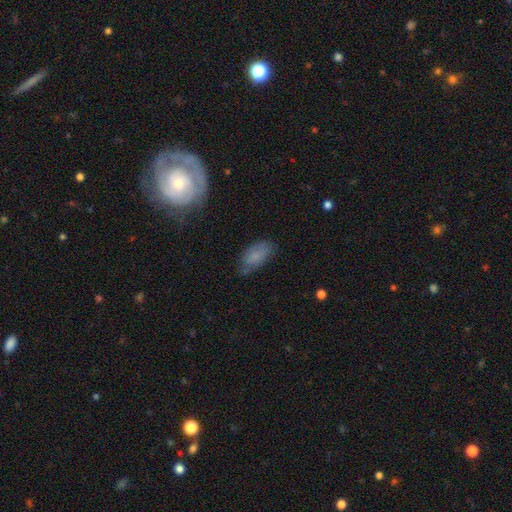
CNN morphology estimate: This appears to be a smooth galaxy with no disk features (71%) that is in between round and cigar-shaped (91%). Merging: none (66%).